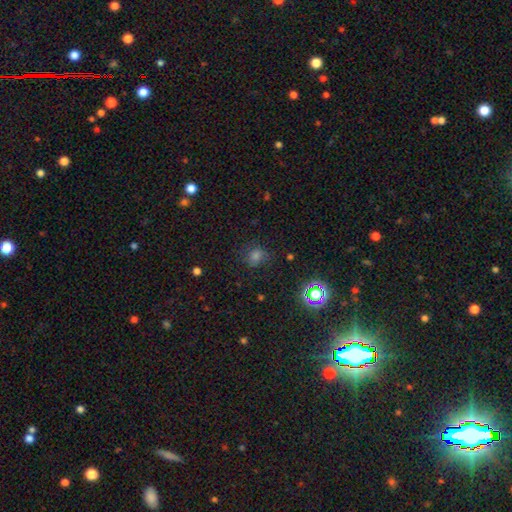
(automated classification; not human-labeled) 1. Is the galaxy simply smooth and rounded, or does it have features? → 58% smooth, 33% star or artifact, 9% featured or disk.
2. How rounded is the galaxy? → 71% round, 27% in between, 1% cigar-shaped.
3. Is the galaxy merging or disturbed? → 76% none, 16% minor disturbance, 6% major disturbance, 2% merger.